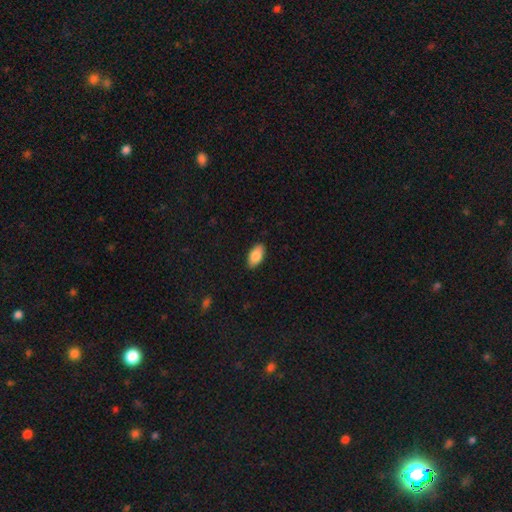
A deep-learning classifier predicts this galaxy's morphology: smooth 84%, featured or disk 10%, star or artifact 7%. Down the decision tree: how rounded — in between (94%); merging — none (89%).